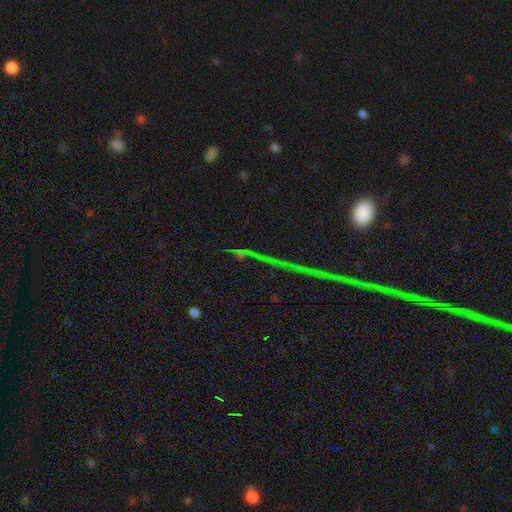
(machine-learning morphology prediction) Q: Smooth or featured?
A: star or artifact (80%); runner-up: featured or disk (10%)